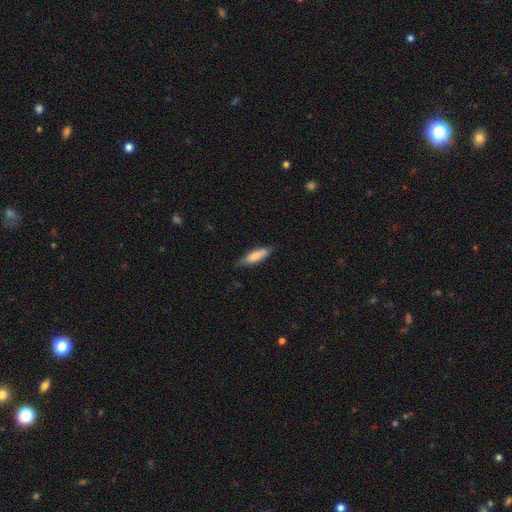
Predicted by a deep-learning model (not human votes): Smooth or featured? Predicted: smooth (p=0.81). How rounded? Predicted: in between (p=0.50). Merging? Predicted: none (p=0.75).